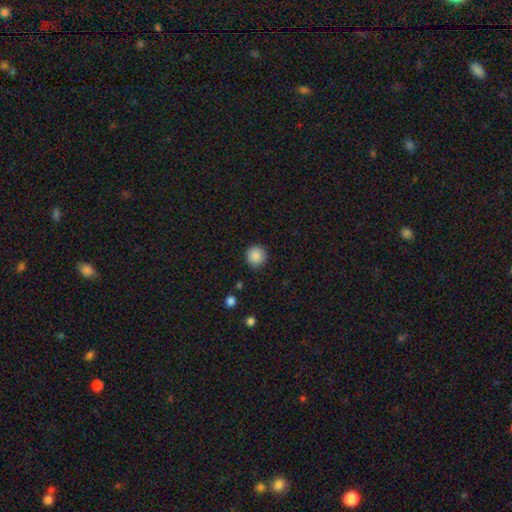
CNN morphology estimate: Overall: smooth (88%). How rounded: round (94%). Merging: none (91%).